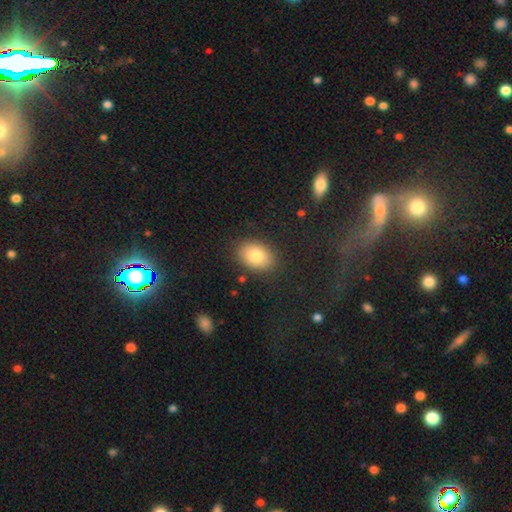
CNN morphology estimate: Smooth or featured? smooth (80%)
How rounded? in between (72%)
Merging? none (87%)